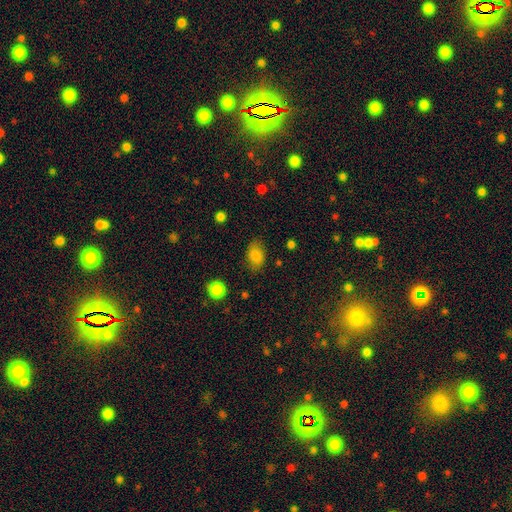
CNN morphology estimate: This is clearly a smooth galaxy (83%). How rounded: clearly in between (84%). Merging: likely none (78%).